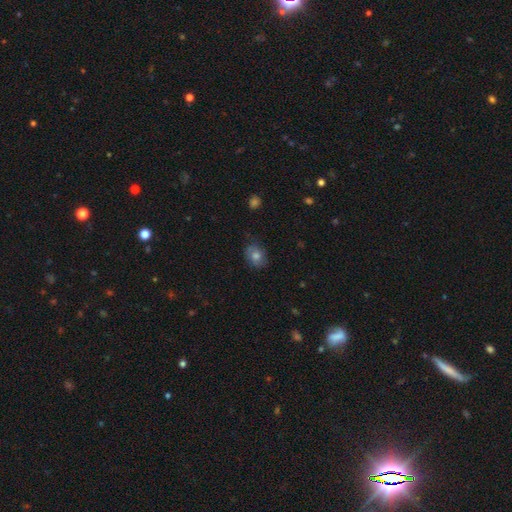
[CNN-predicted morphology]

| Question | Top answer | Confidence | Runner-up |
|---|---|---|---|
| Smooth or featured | smooth | 66% | featured or disk (22%) |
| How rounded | in between | 52% | round (47%) |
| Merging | none | 74% | minor disturbance (20%) |